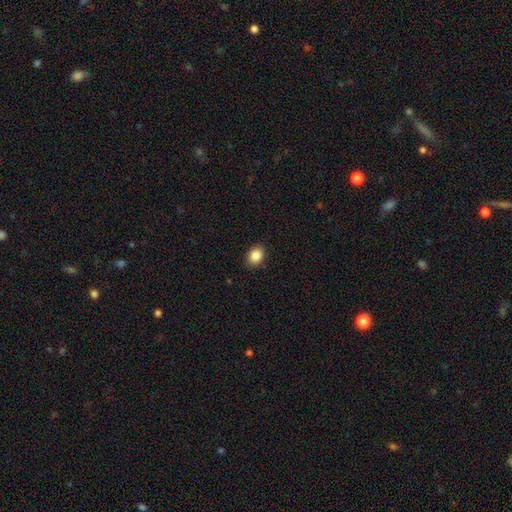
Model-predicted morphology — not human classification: smooth 87%, star or artifact 9%, featured or disk 5%. Down the decision tree: how rounded — in between (61%); merging — none (89%).